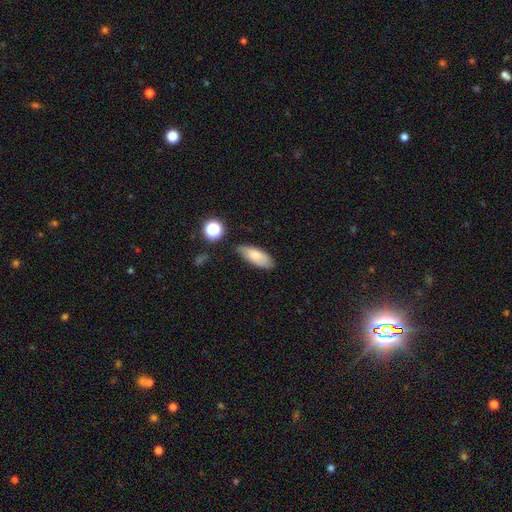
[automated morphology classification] Q: Smooth or featured?
A: smooth (76%); runner-up: featured or disk (16%)
Q: How rounded?
A: in between (78%); runner-up: cigar-shaped (19%)
Q: Merging?
A: none (74%); runner-up: minor disturbance (19%)